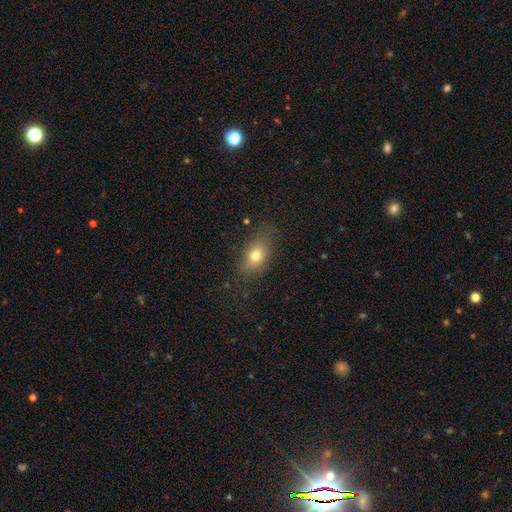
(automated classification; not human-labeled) Q: Smooth or featured?
A: smooth (74%); runner-up: featured or disk (15%)
Q: How rounded?
A: in between (77%); runner-up: round (20%)
Q: Merging?
A: none (76%); runner-up: minor disturbance (17%)